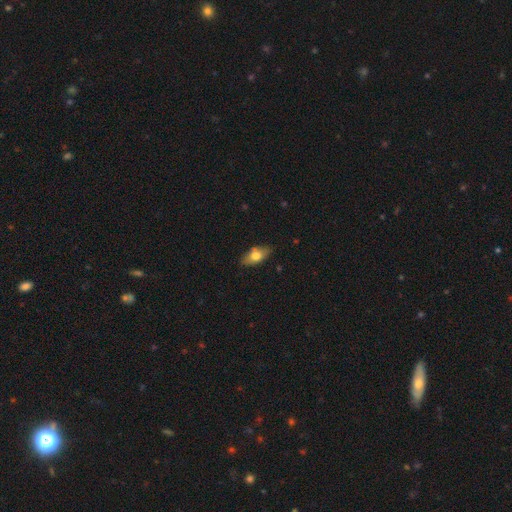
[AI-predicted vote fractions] Q: Smooth or featured?
A: smooth (67%); runner-up: featured or disk (26%)
Q: How rounded?
A: in between (87%); runner-up: cigar-shaped (8%)
Q: Merging?
A: none (81%); runner-up: minor disturbance (15%)